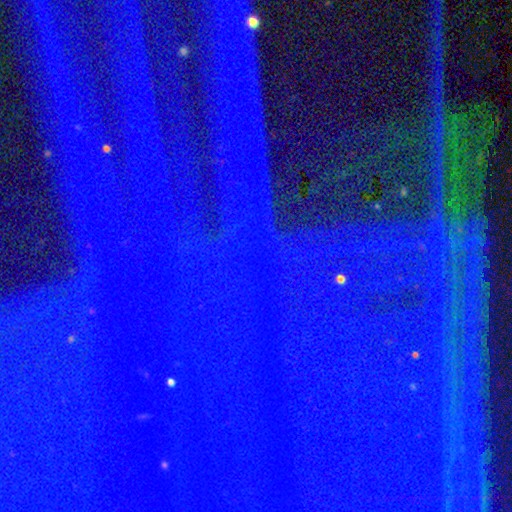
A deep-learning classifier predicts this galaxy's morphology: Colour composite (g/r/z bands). It shows a star or artifact, not a galaxy (87%).